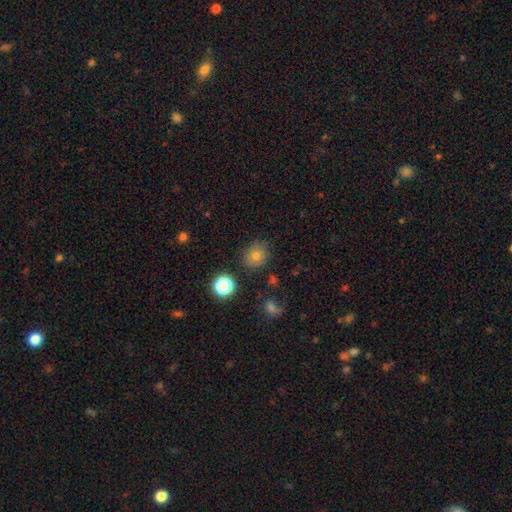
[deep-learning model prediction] smooth_or_featured: smooth (p=0.74) [alt: star or artifact p=0.17]
how_rounded: round (p=0.80) [alt: in between p=0.19]
merging: none (p=0.84) [alt: minor disturbance p=0.10]